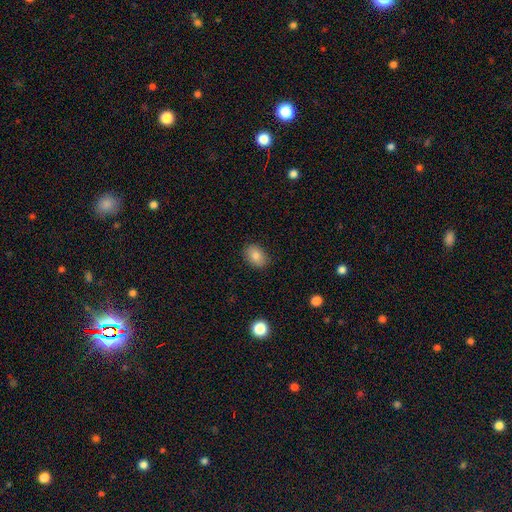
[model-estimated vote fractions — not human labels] smooth_or_featured: smooth (p=0.84) [alt: star or artifact p=0.09]
how_rounded: in between (p=0.78) [alt: round p=0.21]
merging: none (p=0.88) [alt: minor disturbance p=0.09]